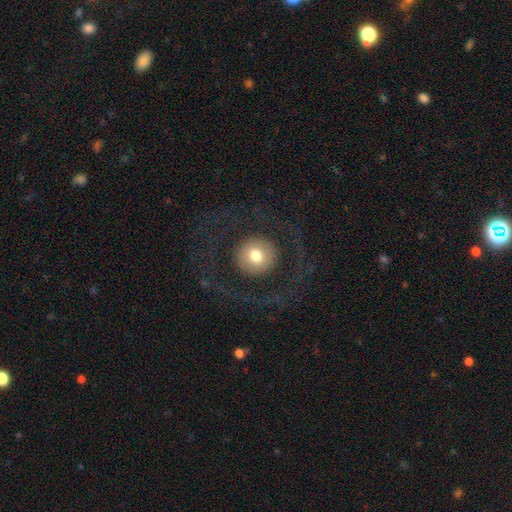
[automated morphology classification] smooth_or_featured: smooth (p=0.61) [alt: featured or disk p=0.31]
how_rounded: round (p=0.93) [alt: in between p=0.06]
merging: none (p=0.78) [alt: major disturbance p=0.13]